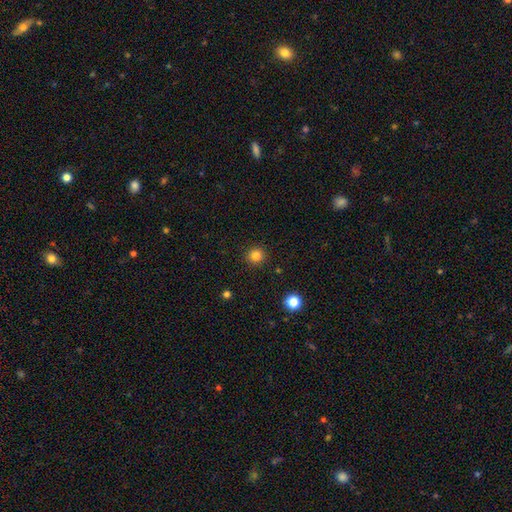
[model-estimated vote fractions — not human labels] smooth_or_featured: smooth (p=0.82) [alt: star or artifact p=0.13]
how_rounded: round (p=0.94) [alt: in between p=0.05]
merging: none (p=0.92) [alt: minor disturbance p=0.05]